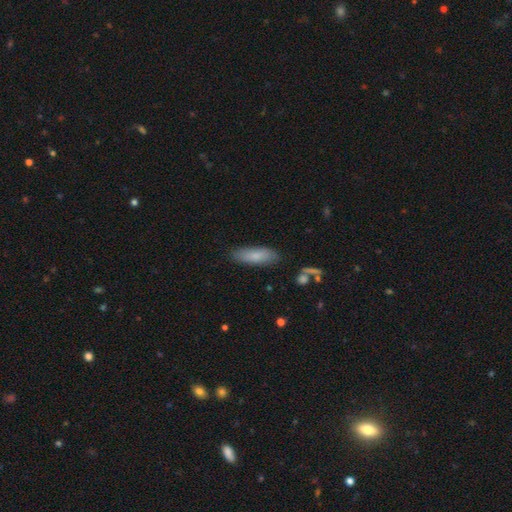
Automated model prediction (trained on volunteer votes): smooth 79%, featured or disk 14%, star or artifact 7%. Down the decision tree: how rounded — in between (53%); merging — none (84%).